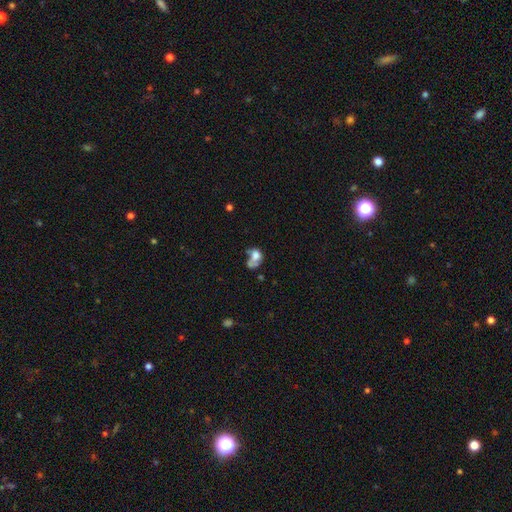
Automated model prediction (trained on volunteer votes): smooth-or-featured: smooth: 60% | featured or disk: 28% | star or artifact: 12%
  how-rounded: in between: 62% | round: 36% | cigar-shaped: 1%
  merging: merger: 40% | major disturbance: 26% | none: 20% | minor disturbance: 14%